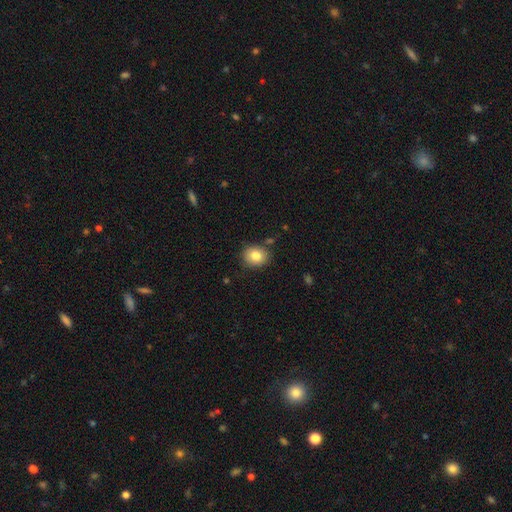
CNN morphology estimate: smooth-or-featured: smooth: 81% | star or artifact: 10% | featured or disk: 9%
  how-rounded: round: 61% | in between: 38% | cigar-shaped: 1%
  merging: none: 82% | minor disturbance: 12% | merger: 3% | major disturbance: 3%